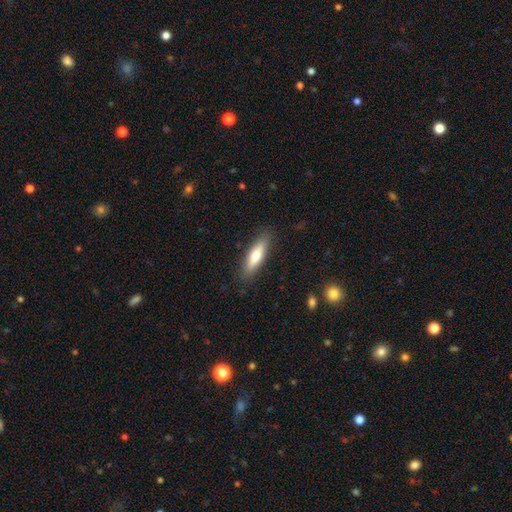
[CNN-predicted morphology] smooth 70%, featured or disk 24%, star or artifact 6%. Down the decision tree: how rounded — cigar-shaped (62%); merging — none (87%).